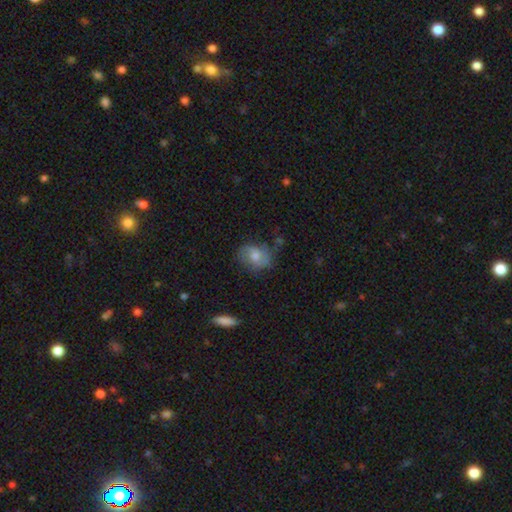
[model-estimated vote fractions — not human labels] smooth 55%, featured or disk 35%, star or artifact 10%. Down the decision tree: how rounded — in between (58%); merging — none (68%).